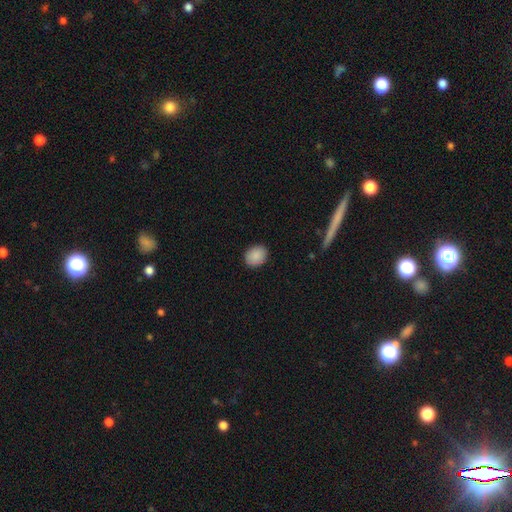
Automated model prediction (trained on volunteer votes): smooth 89%, star or artifact 7%, featured or disk 4%. Down the decision tree: how rounded — round (56%); merging — none (88%).